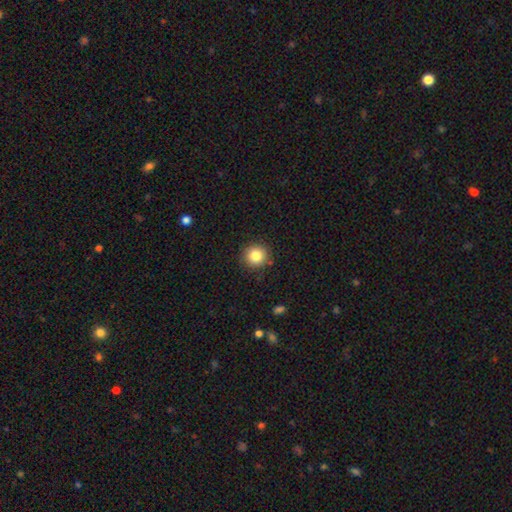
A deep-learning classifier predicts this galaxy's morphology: This appears to be a smooth galaxy with no disk features (83%) that is round (93%). Merging: none (89%).